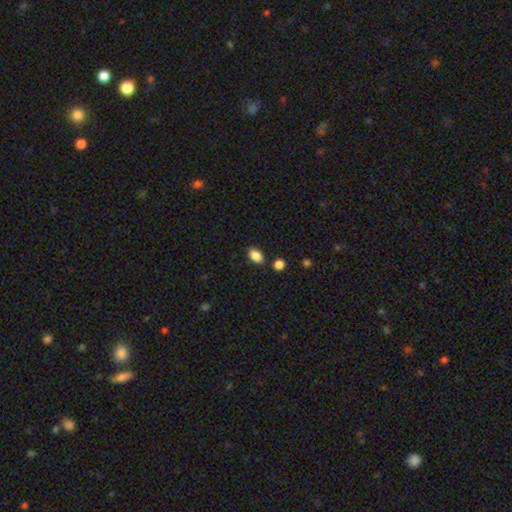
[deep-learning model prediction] Overall: smooth (87%). How rounded: in between (86%). Merging: none (81%).